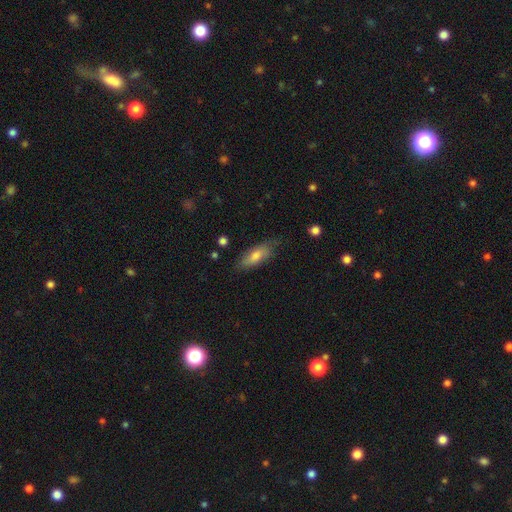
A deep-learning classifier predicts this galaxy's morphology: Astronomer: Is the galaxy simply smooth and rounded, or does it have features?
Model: smooth — 72%.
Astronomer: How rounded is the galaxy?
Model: in between — 68%.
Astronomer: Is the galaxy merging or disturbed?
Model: none — 72%.